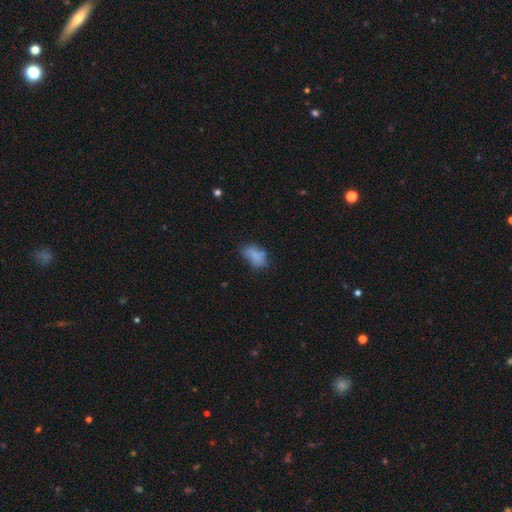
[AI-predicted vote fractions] Smooth or featured?
  - smooth: 77% *
  - featured or disk: 12%
  - star or artifact: 11%
How rounded?
  - in between: 88% *
  - round: 8%
  - cigar-shaped: 3%
Merging?
  - none: 48% *
  - minor disturbance: 31%
  - major disturbance: 14%
  - merger: 6%